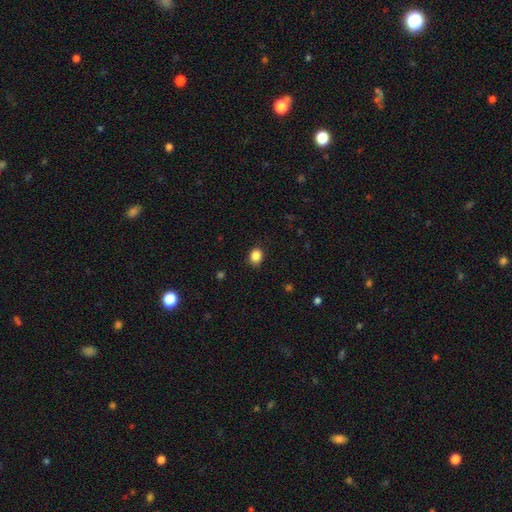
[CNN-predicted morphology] Smooth or featured?
  - smooth: 86% *
  - star or artifact: 10%
  - featured or disk: 4%
How rounded?
  - round: 51% *
  - in between: 48%
  - cigar-shaped: 1%
Merging?
  - none: 86% *
  - minor disturbance: 11%
  - major disturbance: 2%
  - merger: 1%